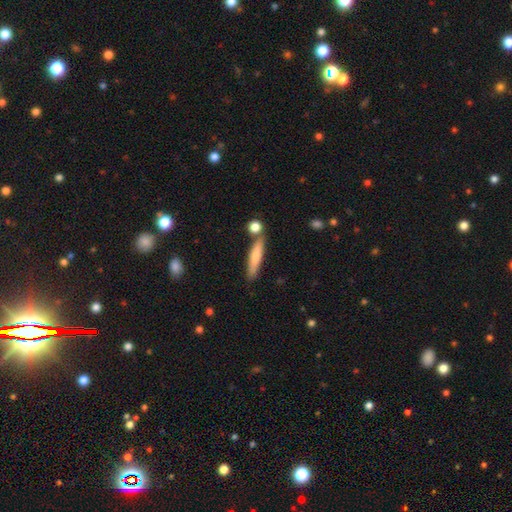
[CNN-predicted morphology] Smooth or featured? Predicted: smooth (p=0.72). How rounded? Predicted: cigar-shaped (p=0.86). Merging? Predicted: none (p=0.72).